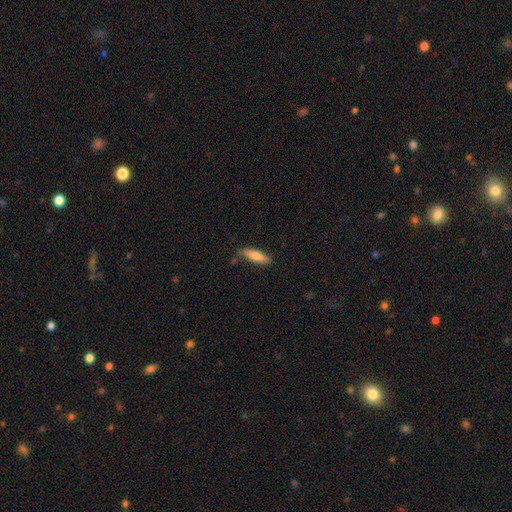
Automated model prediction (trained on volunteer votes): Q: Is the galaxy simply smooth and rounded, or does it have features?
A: smooth — 78%.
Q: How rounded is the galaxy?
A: cigar-shaped — 56%.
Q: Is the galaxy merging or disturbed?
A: none — 79%.